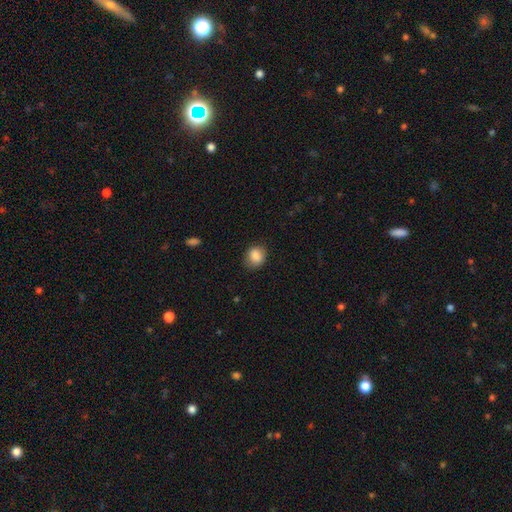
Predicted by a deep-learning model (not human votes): smooth 87%, star or artifact 8%, featured or disk 5%. Down the decision tree: how rounded — round (60%); merging — none (78%).